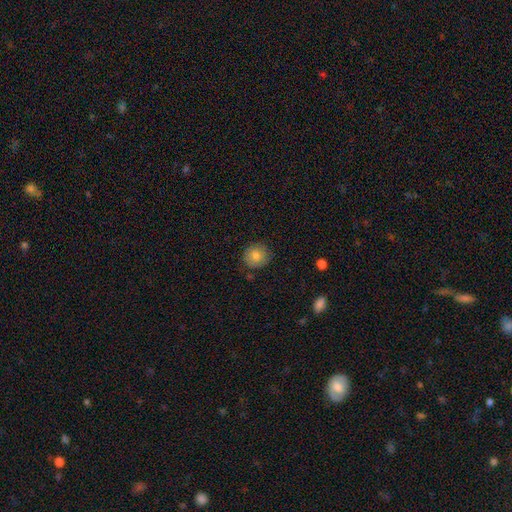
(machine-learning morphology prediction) type=smooth (82%); roundness=round (89%); merging=none (84%).